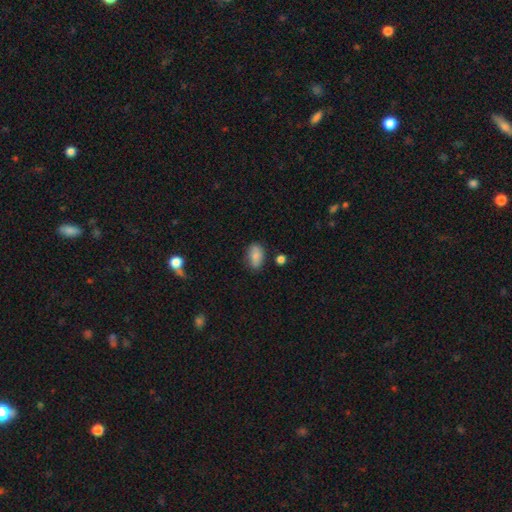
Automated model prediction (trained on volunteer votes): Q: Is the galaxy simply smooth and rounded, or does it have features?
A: smooth — 83%.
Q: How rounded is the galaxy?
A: in between — 88%.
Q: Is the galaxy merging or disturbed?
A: none — 71%.